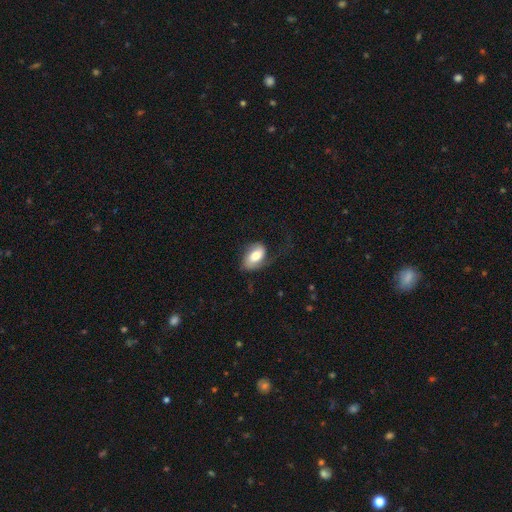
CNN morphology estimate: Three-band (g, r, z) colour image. It shows a smooth galaxy with no disk features (57%) that is in between round and cigar-shaped (91%). Merging: none (46%).